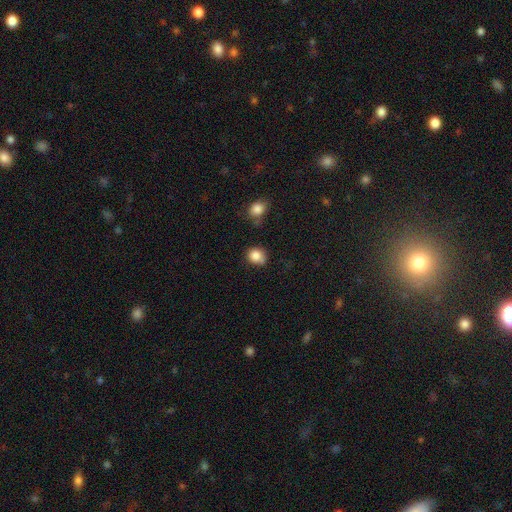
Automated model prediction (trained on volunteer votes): The model was most divided on "merging": none: 63%, minor disturbance: 25%, merger: 7%, major disturbance: 6%. More confident: smooth or featured — smooth (84%); how rounded — round (72%).